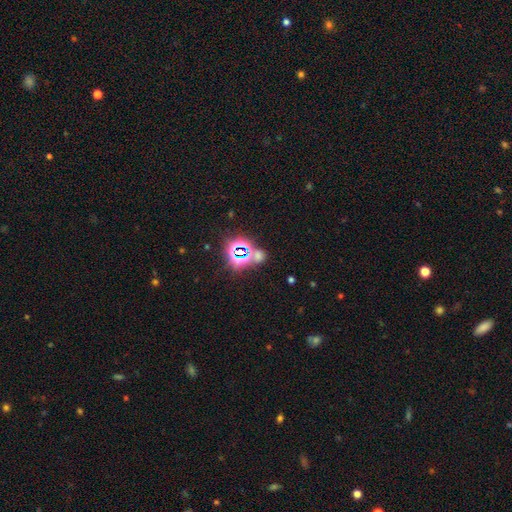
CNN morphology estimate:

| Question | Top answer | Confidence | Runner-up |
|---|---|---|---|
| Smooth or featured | star or artifact | 73% | smooth (18%) |